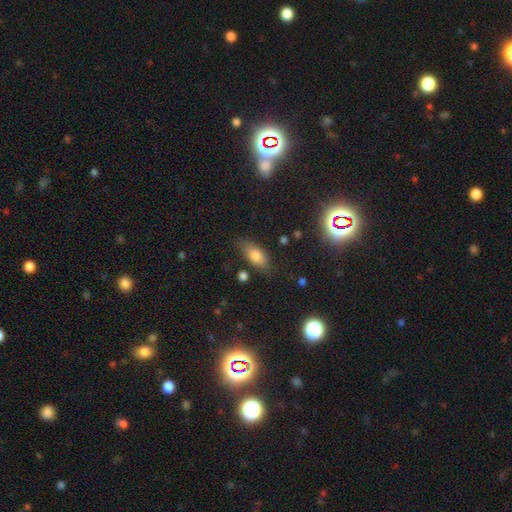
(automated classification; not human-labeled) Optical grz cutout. It shows a smooth galaxy with no disk features (76%) that is in between round and cigar-shaped (84%). Merging: none (79%).